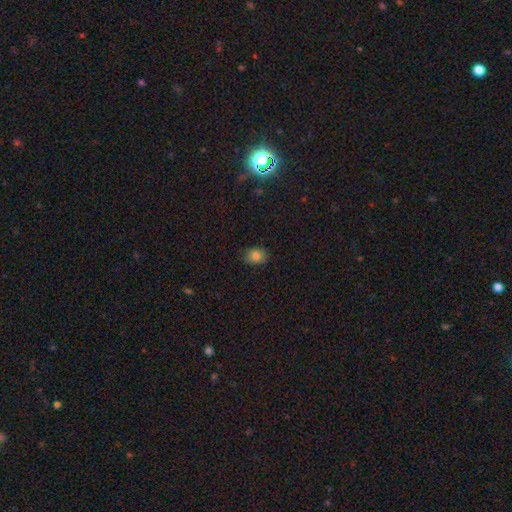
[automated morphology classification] Smooth or featured: smooth — 82% (star or artifact — 11%)
How rounded: in between — 60% (round — 39%)
Merging: none — 86% (minor disturbance — 11%)